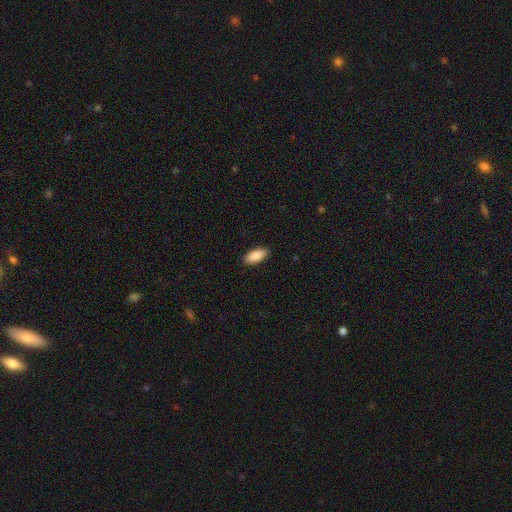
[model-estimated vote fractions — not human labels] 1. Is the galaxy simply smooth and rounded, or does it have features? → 90% smooth, 6% star or artifact, 4% featured or disk.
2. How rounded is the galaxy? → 88% in between, 10% cigar-shaped, 2% round.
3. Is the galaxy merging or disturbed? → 90% none, 8% minor disturbance, 2% major disturbance, 1% merger.